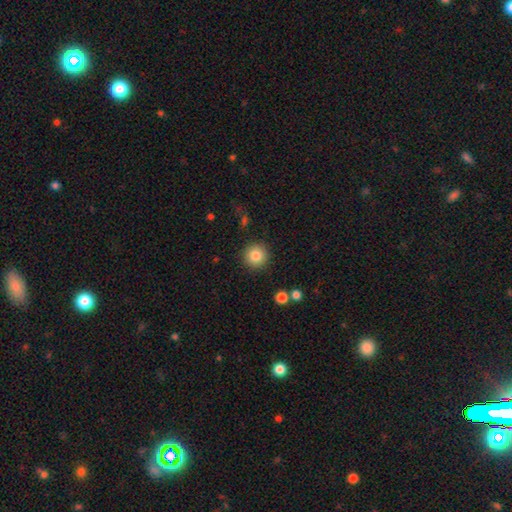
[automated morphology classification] Q: Smooth or featured?
A: smooth (83%); runner-up: star or artifact (10%)
Q: How rounded?
A: round (95%); runner-up: in between (4%)
Q: Merging?
A: none (91%); runner-up: minor disturbance (6%)